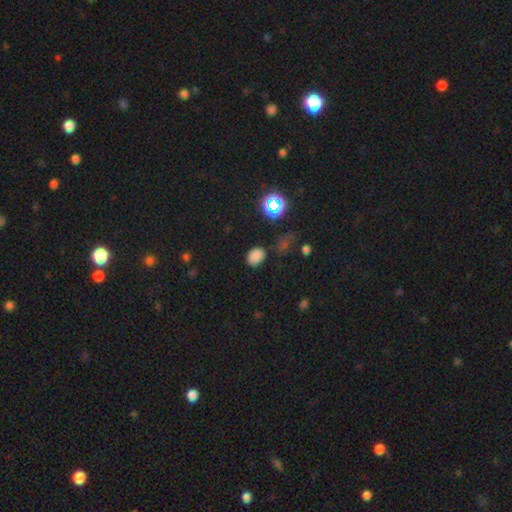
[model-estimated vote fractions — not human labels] Smooth or featured: smooth — 75% (star or artifact — 20%)
How rounded: in between — 63% (round — 36%)
Merging: none — 78% (minor disturbance — 14%)